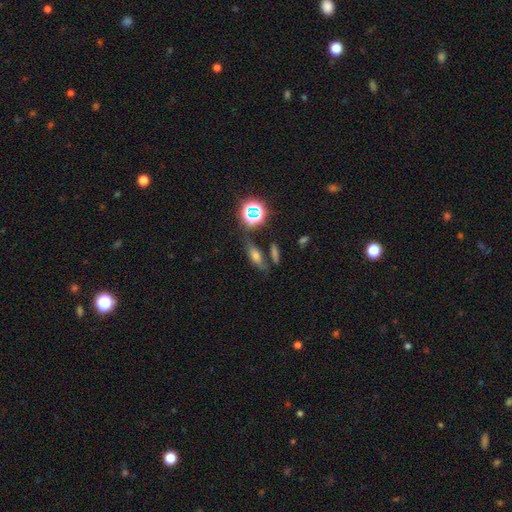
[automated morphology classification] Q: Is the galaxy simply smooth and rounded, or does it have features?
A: smooth — 59%.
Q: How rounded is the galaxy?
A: in between — 52%.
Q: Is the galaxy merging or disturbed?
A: none — 69%.